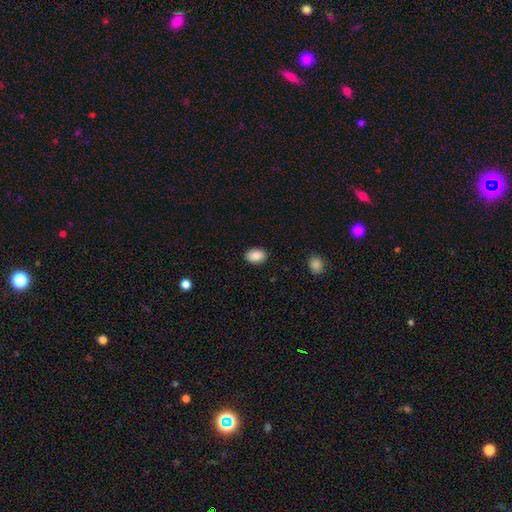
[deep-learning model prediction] This is clearly a smooth galaxy (89%). How rounded: clearly in between (85%). Merging: clearly none (88%).